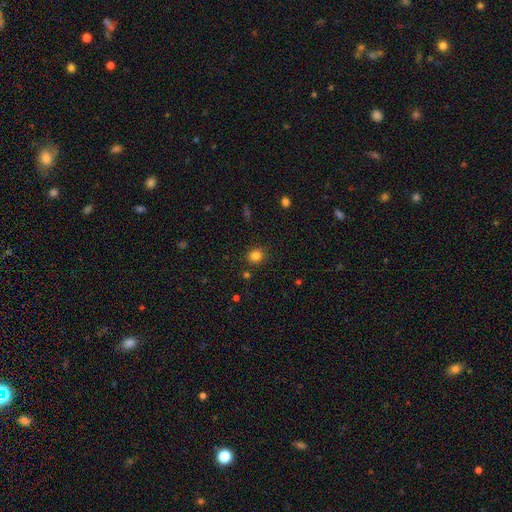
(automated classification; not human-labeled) Smooth or featured: smooth — 83% (star or artifact — 13%)
How rounded: round — 75% (in between — 24%)
Merging: none — 85% (minor disturbance — 9%)